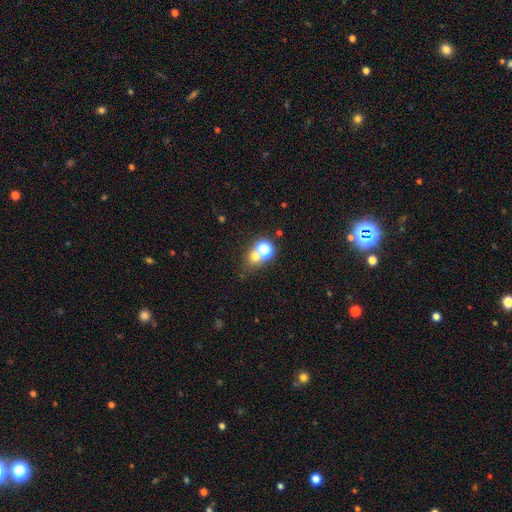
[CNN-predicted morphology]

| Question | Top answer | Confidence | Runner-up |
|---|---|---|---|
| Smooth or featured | smooth | 59% | star or artifact (30%) |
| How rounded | round | 78% | in between (21%) |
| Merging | none | 54% | merger (33%) |